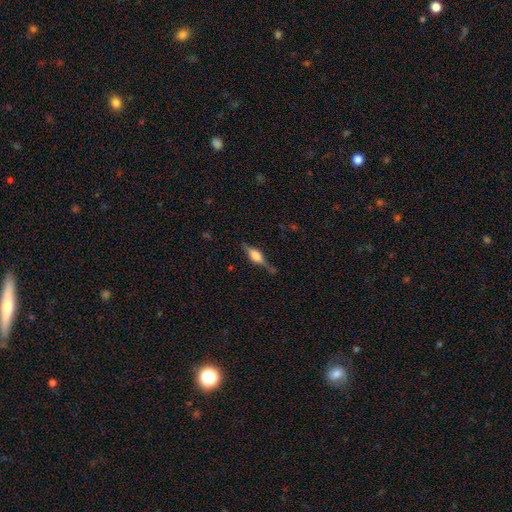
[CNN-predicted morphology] A featured or disk galaxy (65%) viewed edge-on (95%) with a rounded central bulge (80%). Merging: none (73%).